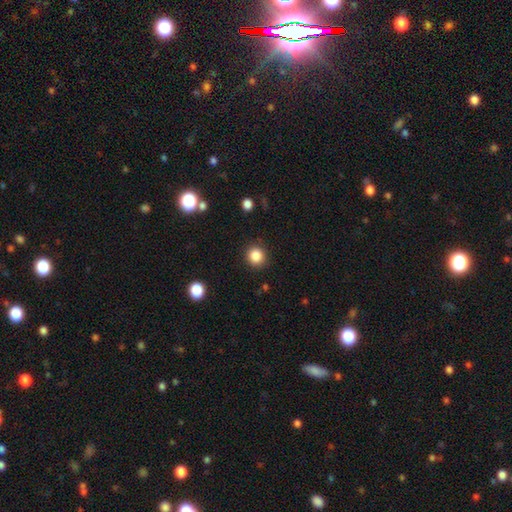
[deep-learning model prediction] Smooth or featured: smooth — 85% (star or artifact — 11%)
How rounded: round — 90% (in between — 9%)
Merging: none — 90% (minor disturbance — 6%)